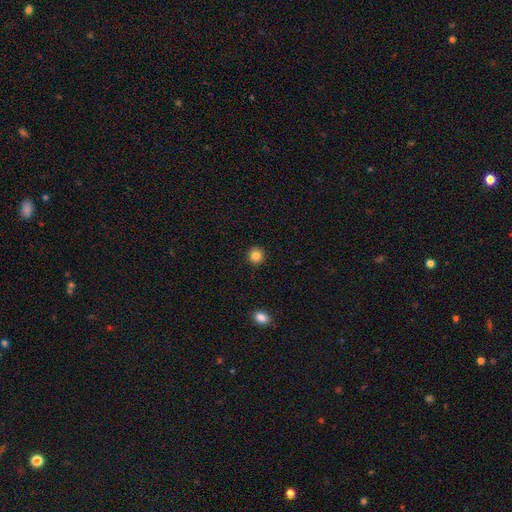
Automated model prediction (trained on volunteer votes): Smooth or featured: smooth — 84% (star or artifact — 11%)
How rounded: round — 93% (in between — 6%)
Merging: none — 92% (minor disturbance — 5%)